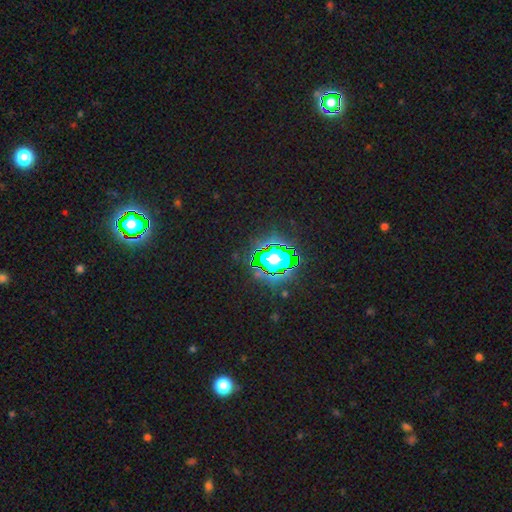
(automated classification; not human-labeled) smooth_or_featured: star or artifact (p=0.79) [alt: smooth p=0.14]